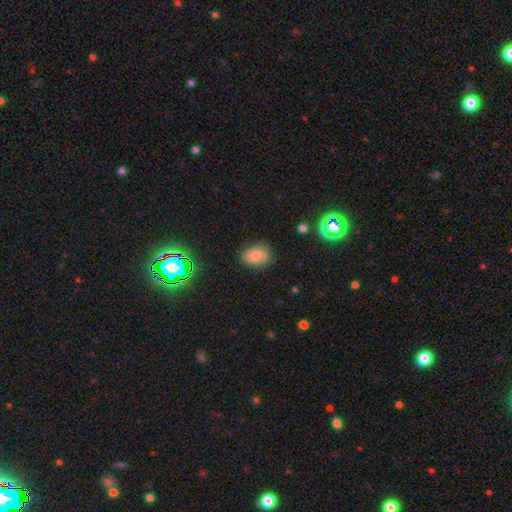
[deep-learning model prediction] Smooth or featured? smooth (76%)
How rounded? in between (83%)
Merging? none (74%)